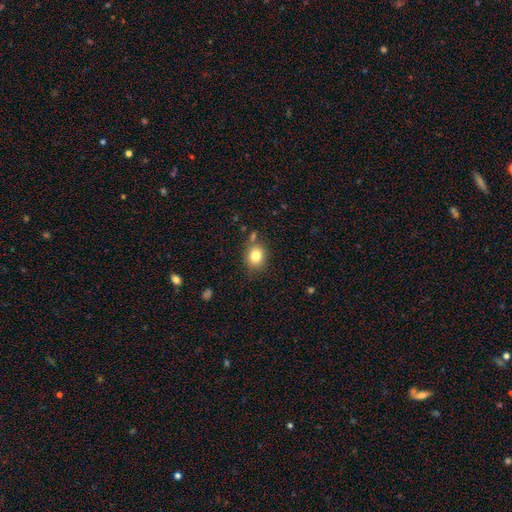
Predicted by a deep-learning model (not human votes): Q: Smooth or featured?
A: smooth (81%); runner-up: star or artifact (11%)
Q: How rounded?
A: round (66%); runner-up: in between (33%)
Q: Merging?
A: none (77%); runner-up: minor disturbance (13%)